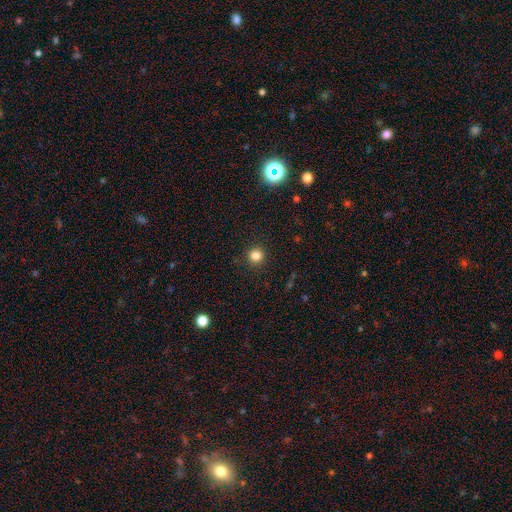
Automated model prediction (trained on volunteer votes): Smooth or featured? Predicted: smooth (p=0.83). How rounded? Predicted: round (p=0.92). Merging? Predicted: none (p=0.91).